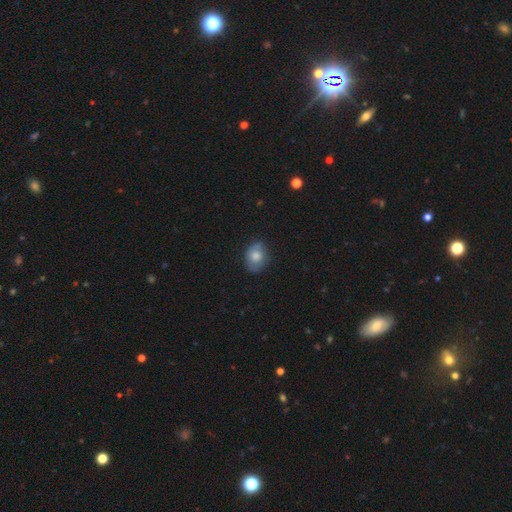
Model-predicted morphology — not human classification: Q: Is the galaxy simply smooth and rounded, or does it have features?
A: smooth — 74%.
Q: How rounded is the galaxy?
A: in between — 59%.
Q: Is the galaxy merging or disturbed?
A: none — 74%.